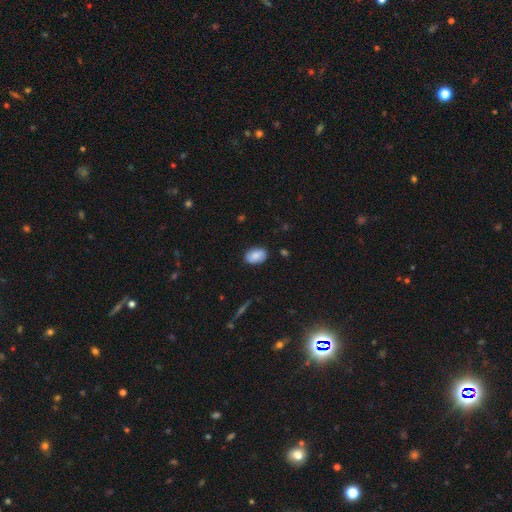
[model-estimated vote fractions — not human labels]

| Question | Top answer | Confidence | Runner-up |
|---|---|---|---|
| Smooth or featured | smooth | 83% | featured or disk (10%) |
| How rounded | in between | 91% | round (8%) |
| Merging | none | 84% | minor disturbance (12%) |